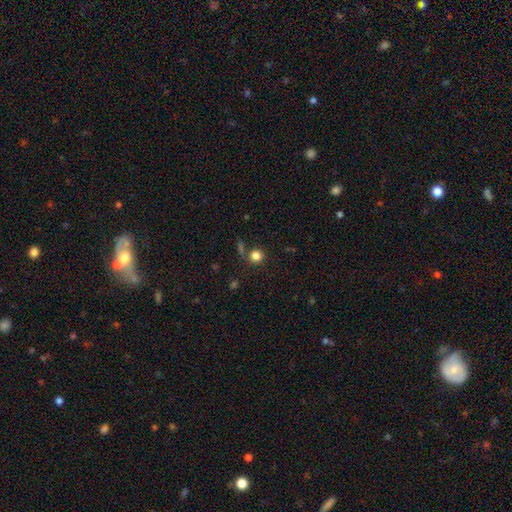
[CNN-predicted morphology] This appears to be a smooth galaxy with no disk features (81%) that is round (90%). Merging: none (75%).